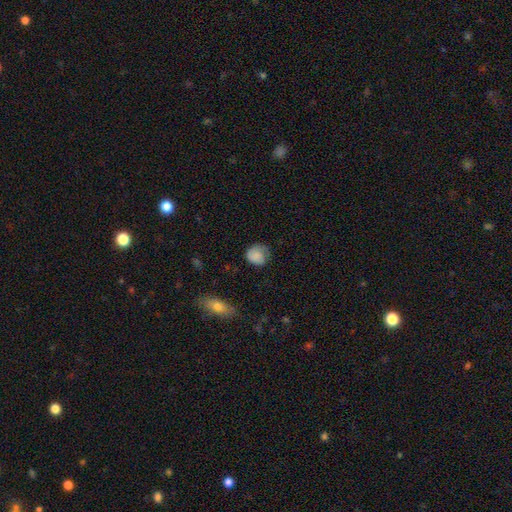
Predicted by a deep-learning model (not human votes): Smooth or featured? Predicted: smooth (p=0.76). How rounded? Predicted: round (p=0.72). Merging? Predicted: none (p=0.53).